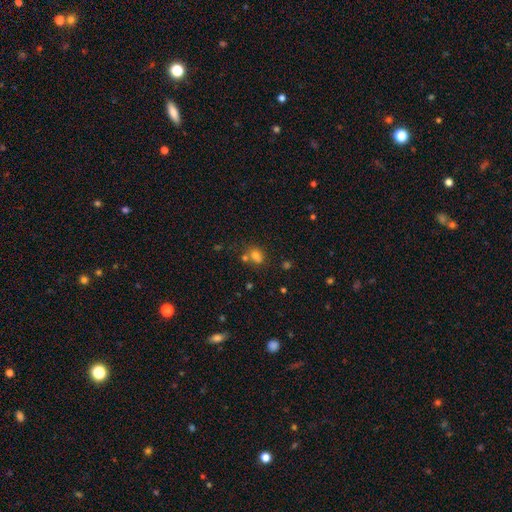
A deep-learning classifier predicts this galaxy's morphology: smooth 74%, star or artifact 17%, featured or disk 9%. Down the decision tree: how rounded — in between (61%); merging — none (50%).